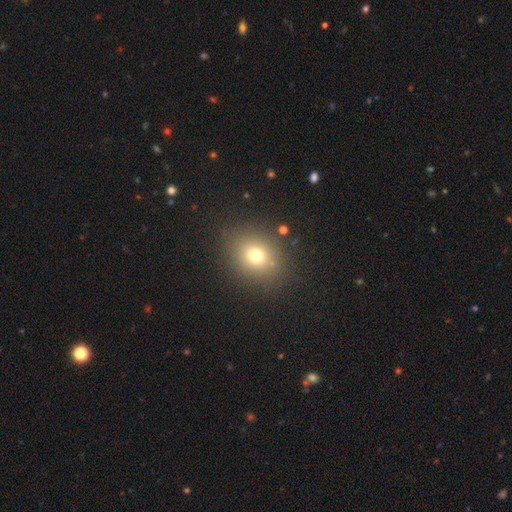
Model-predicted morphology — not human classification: Smooth or featured: smooth — 71% (star or artifact — 18%)
How rounded: round — 68% (in between — 31%)
Merging: none — 84% (minor disturbance — 9%)